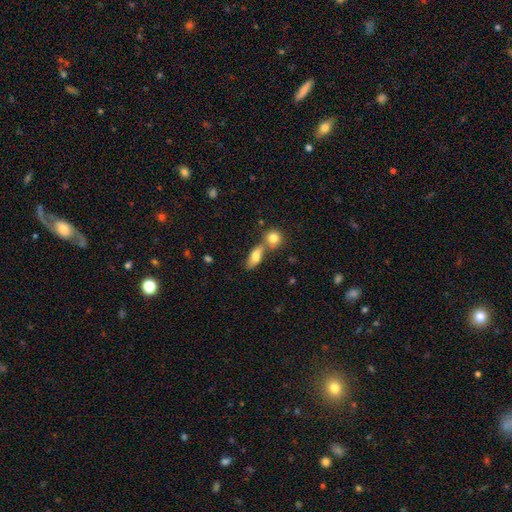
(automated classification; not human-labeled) A smooth galaxy with no disk features (75%) that is in between round and cigar-shaped (72%). Merging: none (45%).